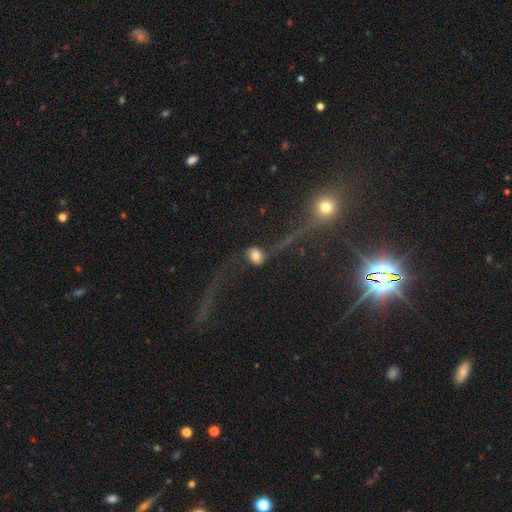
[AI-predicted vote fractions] Smooth or featured? smooth (57%)
How rounded? in between (64%)
Merging? none (40%)